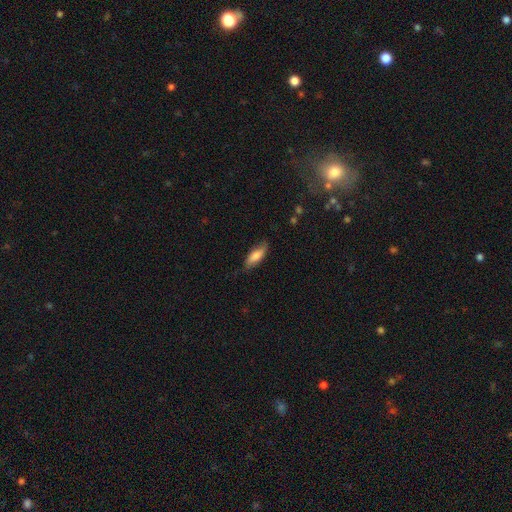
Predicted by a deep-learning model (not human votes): Overall: smooth (74%). How rounded: in between (64%; cigar-shaped 33%). Merging: none (76%).